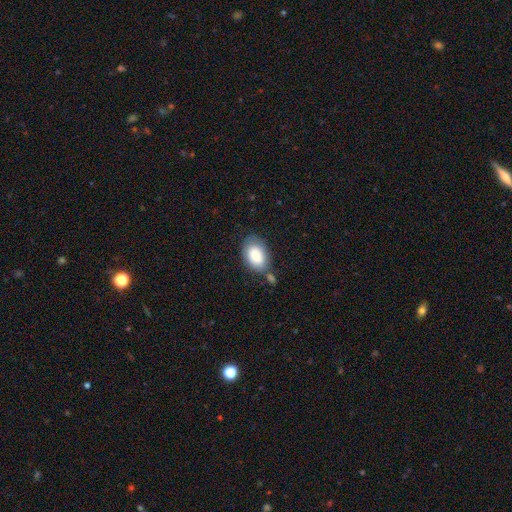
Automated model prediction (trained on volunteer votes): This appears to be a smooth galaxy with no disk features (86%) that is in between round and cigar-shaped (89%). Merging: none (58%).